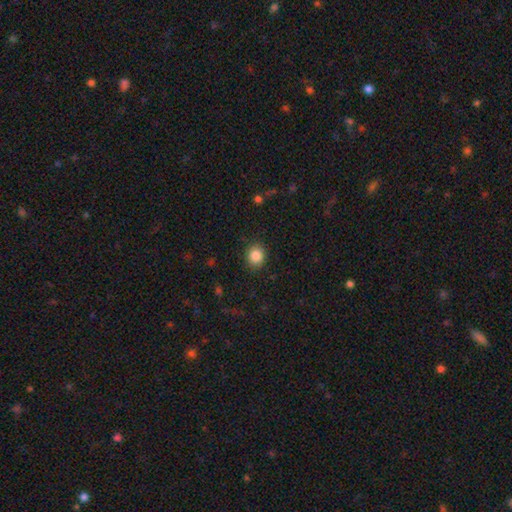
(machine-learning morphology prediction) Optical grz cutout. It shows a smooth galaxy with no disk features (86%) that is round (79%). Merging: none (89%).